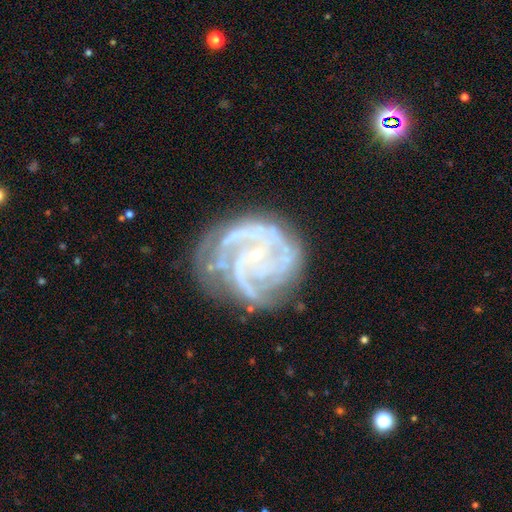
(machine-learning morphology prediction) A featured or disk galaxy (90%) with no bar (68%), 3 (37%) tight (54%) spiral arms (98%) and a small central bulge (88%). Merging: none (63%).